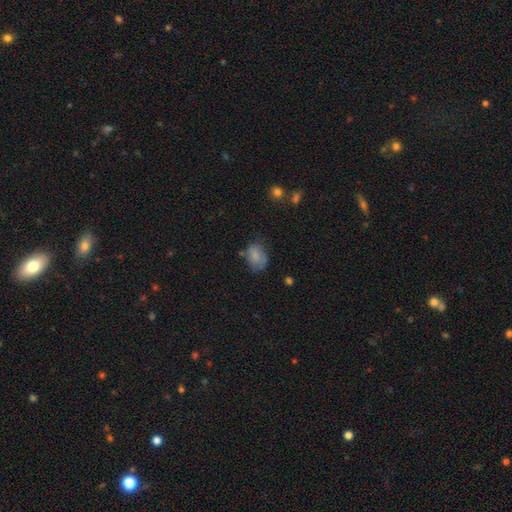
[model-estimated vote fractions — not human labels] This appears to be a smooth galaxy with no disk features (74%) that is in between round and cigar-shaped (70%). Merging: none (54%).